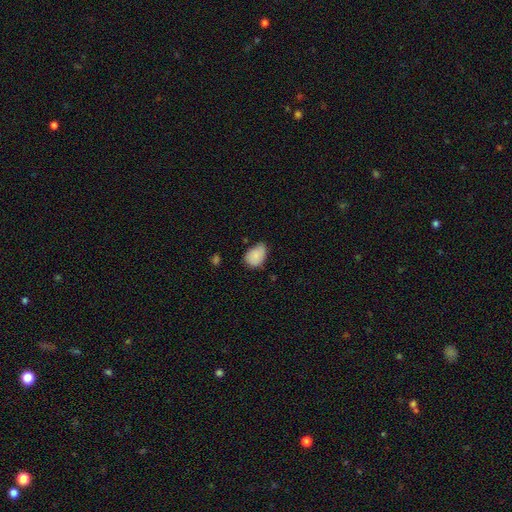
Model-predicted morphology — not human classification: The model was most divided on "merging": none: 47%, minor disturbance: 42%, major disturbance: 8%, merger: 3%. More confident: smooth or featured — smooth (85%); how rounded — in between (79%).